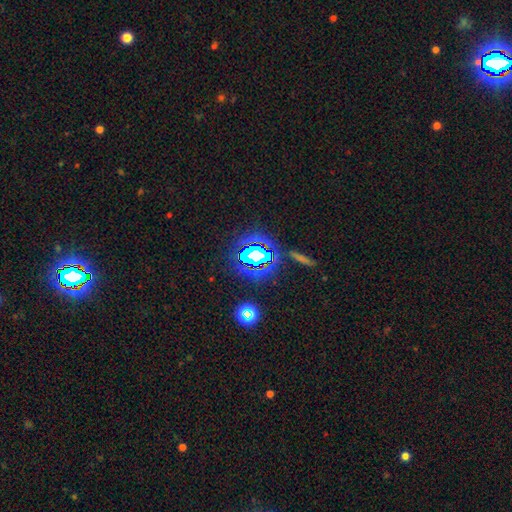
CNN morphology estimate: This is likely a star or artifact rather than a galaxy (63%).